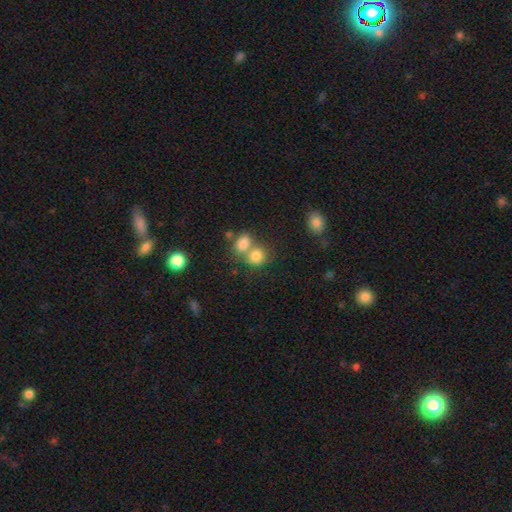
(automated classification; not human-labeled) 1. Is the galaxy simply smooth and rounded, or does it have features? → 79% smooth, 11% star or artifact, 10% featured or disk.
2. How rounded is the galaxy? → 63% round, 36% in between, 1% cigar-shaped.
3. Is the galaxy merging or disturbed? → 53% merger, 35% none, 8% minor disturbance, 4% major disturbance.